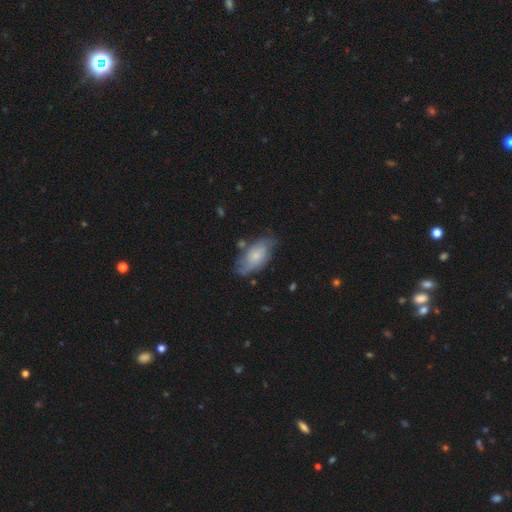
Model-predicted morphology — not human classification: Smooth or featured? smooth (55%)
How rounded? in between (90%)
Merging? none (57%)